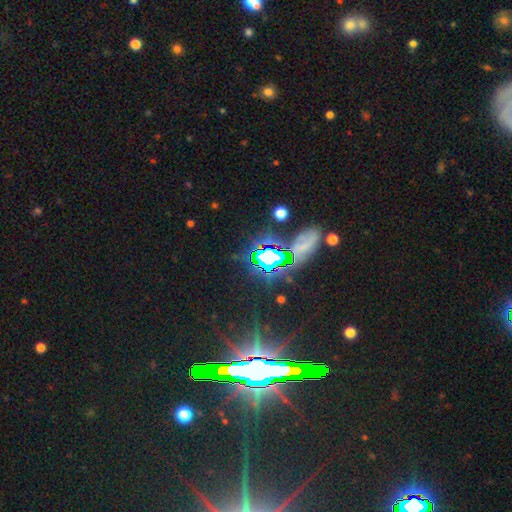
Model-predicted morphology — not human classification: This appears to be a star or artifact, not a galaxy (78%).